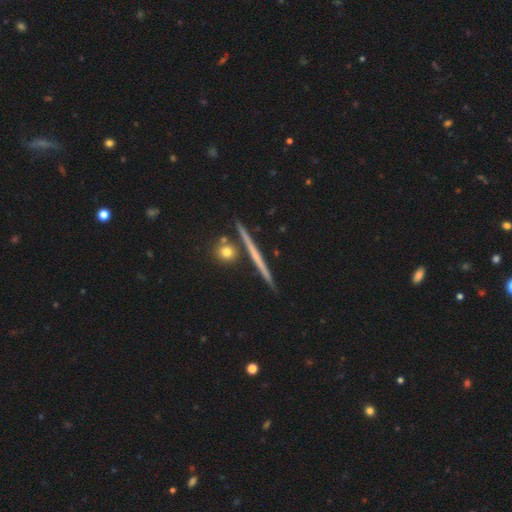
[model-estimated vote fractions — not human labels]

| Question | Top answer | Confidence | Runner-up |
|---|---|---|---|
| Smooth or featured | featured or disk | 59% | smooth (33%) |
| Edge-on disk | yes | 97% | no (3%) |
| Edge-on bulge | none | 88% | rounded (9%) |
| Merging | none | 88% | minor disturbance (7%) |